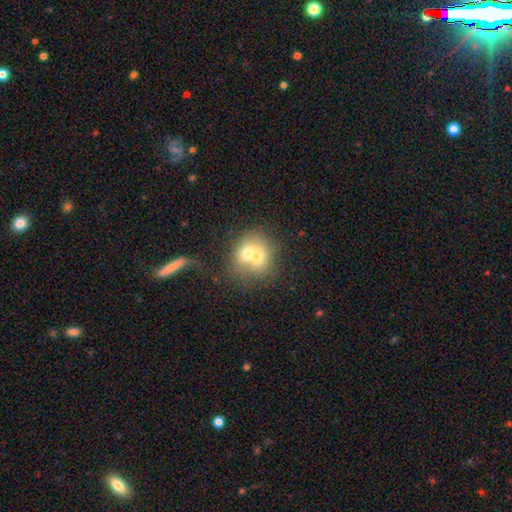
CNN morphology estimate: smooth_or_featured: smooth (p=0.62) [alt: featured or disk p=0.28]
how_rounded: round (p=0.71) [alt: in between p=0.28]
merging: merger (p=0.66) [alt: none p=0.23]